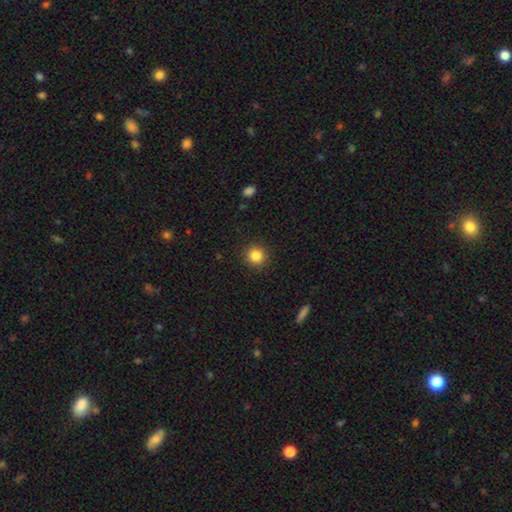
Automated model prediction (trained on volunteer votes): Morphology: type=smooth (85%); roundness=round (93%); merging=none (91%).